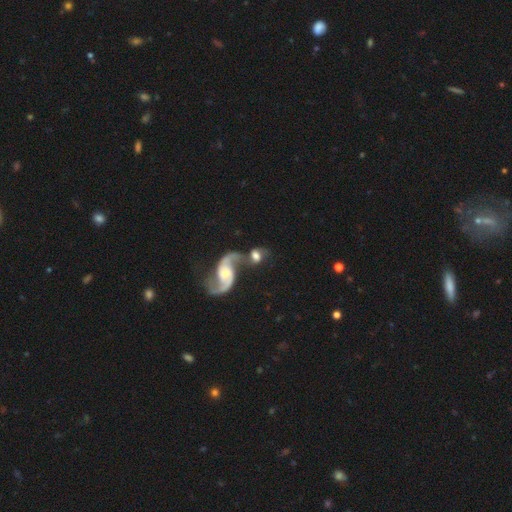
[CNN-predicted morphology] smooth_or_featured: featured or disk (p=0.58) [alt: smooth p=0.34]
disk_edge_on: no (p=0.95) [alt: yes p=0.05]
bar: no (p=0.44) [alt: weak p=0.43]
has_spiral_arms: yes (p=0.86) [alt: no p=0.14]
bulge_size: moderate (p=0.41) [alt: small p=0.34]
merging: merger (p=0.53) [alt: none p=0.27]